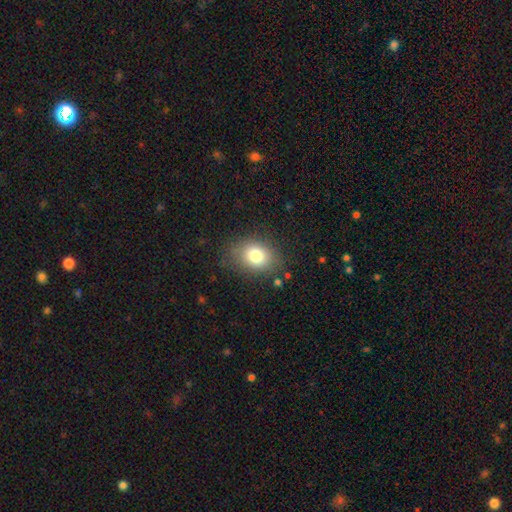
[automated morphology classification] This appears to be a smooth galaxy with no disk features (80%) that is in between round and cigar-shaped (60%). Merging: none (79%).